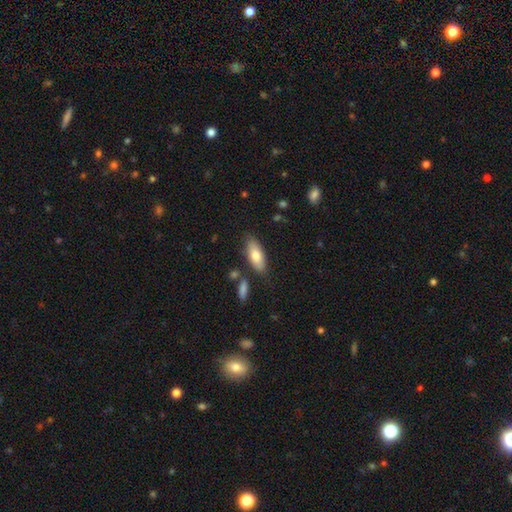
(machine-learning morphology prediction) Smooth or featured: smooth — 77% (featured or disk — 17%)
How rounded: in between — 75% (cigar-shaped — 23%)
Merging: none — 77% (minor disturbance — 14%)